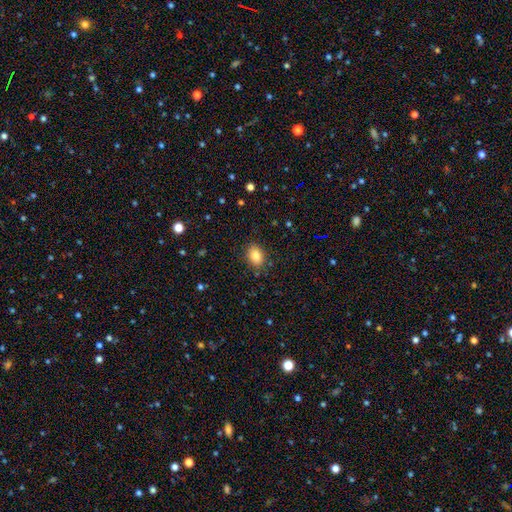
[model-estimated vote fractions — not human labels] A smooth galaxy with no disk features (85%) that is in between round and cigar-shaped (78%). Merging: none (85%).